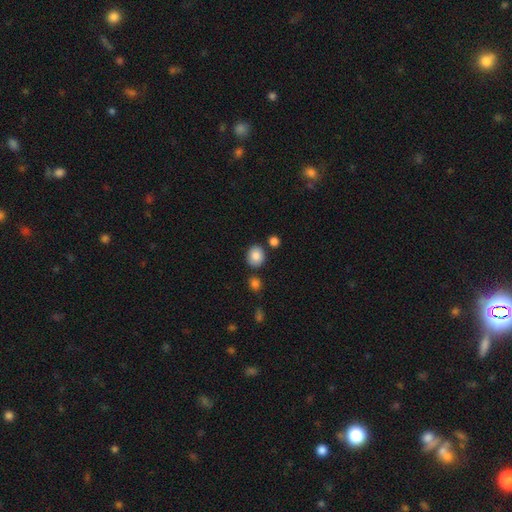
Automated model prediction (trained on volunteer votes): This is clearly a smooth galaxy (86%). How rounded: likely round (71%). Merging: clearly none (81%).